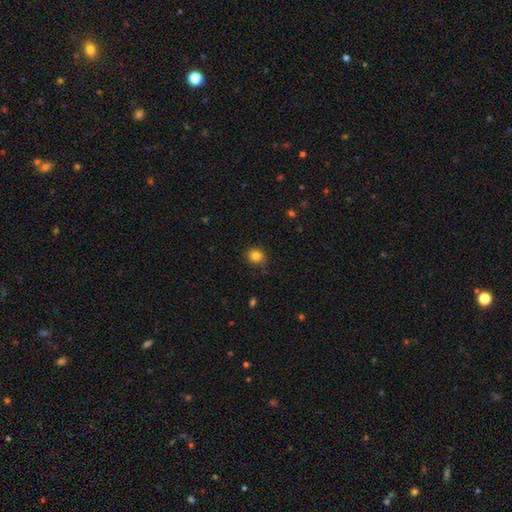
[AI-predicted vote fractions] Overall: smooth (83%). How rounded: round (81%). Merging: none (85%).